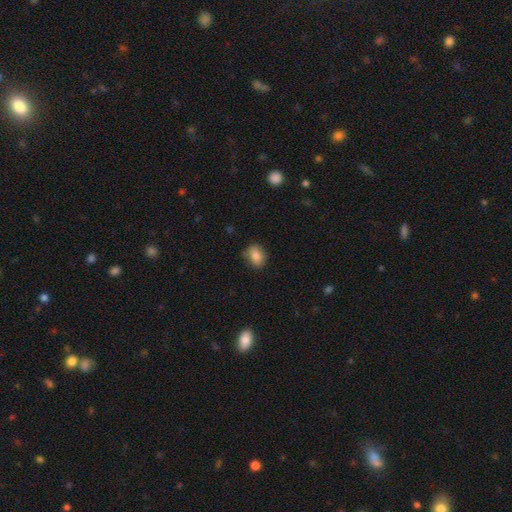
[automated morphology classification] This is clearly a smooth galaxy (83%). How rounded: possibly in between (59%). Merging: likely none (76%).